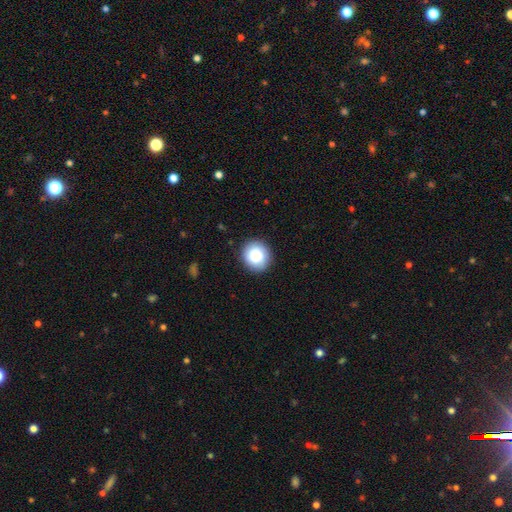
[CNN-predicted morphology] smooth-or-featured: smooth: 86% | star or artifact: 7% | featured or disk: 7%
  how-rounded: round: 85% | in between: 14% | cigar-shaped: 1%
  merging: none: 89% | minor disturbance: 8% | major disturbance: 2% | merger: 1%